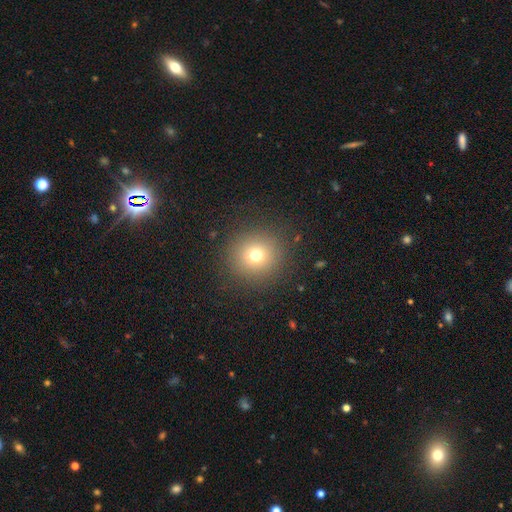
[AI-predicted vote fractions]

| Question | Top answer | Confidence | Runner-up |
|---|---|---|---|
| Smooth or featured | smooth | 72% | star or artifact (17%) |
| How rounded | round | 93% | in between (6%) |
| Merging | none | 88% | minor disturbance (7%) |